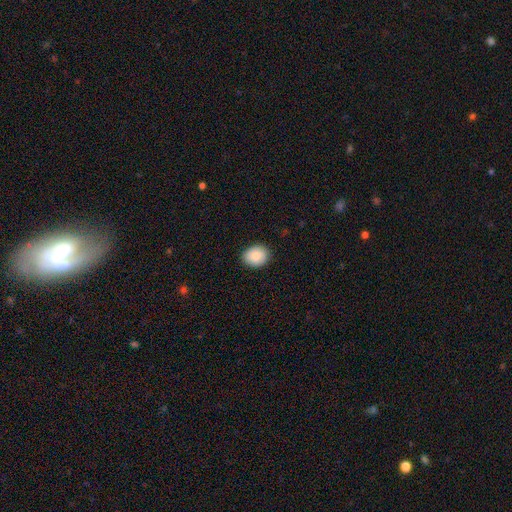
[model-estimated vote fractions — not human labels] The model was most divided on "how rounded": round: 52%, in between: 47%, cigar-shaped: 1%. More confident: merging — none (88%); smooth or featured — smooth (88%).